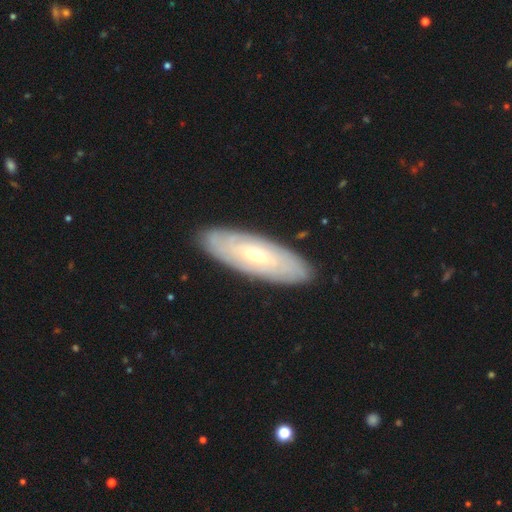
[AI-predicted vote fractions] featured or disk 70%, smooth 24%, star or artifact 6%. Down the decision tree: edge-on disk — no (79%); bar — no (54%); spiral arms — yes (68%); bulge size — moderate (51%); merging — none (88%).